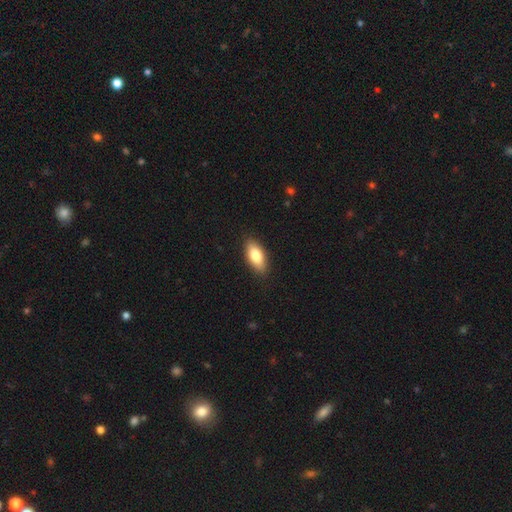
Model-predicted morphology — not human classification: Smooth or featured?
  - smooth: 81% *
  - featured or disk: 13%
  - star or artifact: 6%
How rounded?
  - in between: 85% *
  - cigar-shaped: 13%
  - round: 3%
Merging?
  - none: 88% *
  - minor disturbance: 9%
  - major disturbance: 2%
  - merger: 1%